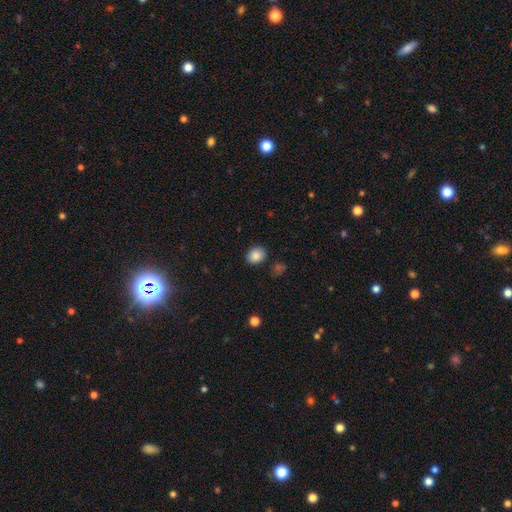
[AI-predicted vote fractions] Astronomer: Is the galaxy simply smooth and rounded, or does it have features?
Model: smooth — 86%.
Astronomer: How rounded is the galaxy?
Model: round — 51% (runner-up: in between, 48%).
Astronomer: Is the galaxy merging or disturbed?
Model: none — 86%.